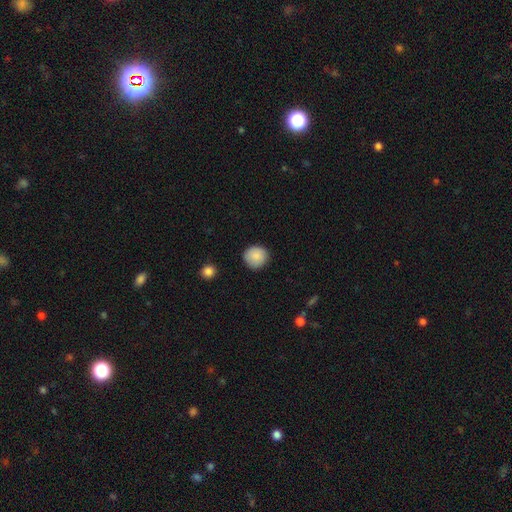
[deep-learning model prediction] Overall: smooth (88%). How rounded: round (89%). Merging: none (86%).